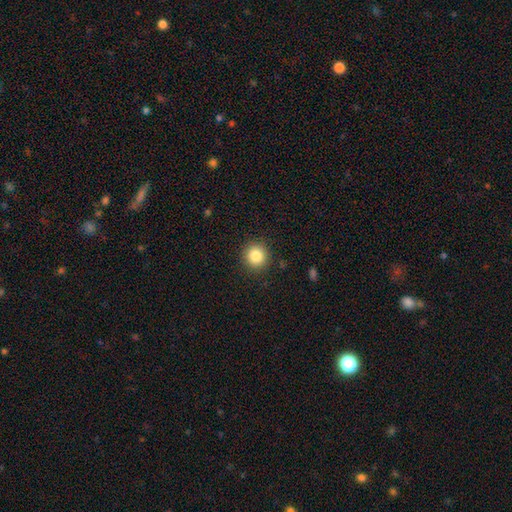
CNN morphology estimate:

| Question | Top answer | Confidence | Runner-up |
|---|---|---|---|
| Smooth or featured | smooth | 84% | star or artifact (10%) |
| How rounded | round | 92% | in between (7%) |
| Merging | none | 91% | minor disturbance (6%) |